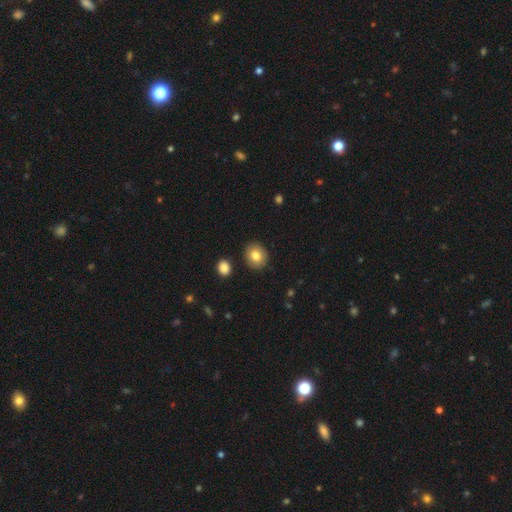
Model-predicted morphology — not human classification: A smooth galaxy with no disk features (82%) that is round (70%). Merging: none (89%).